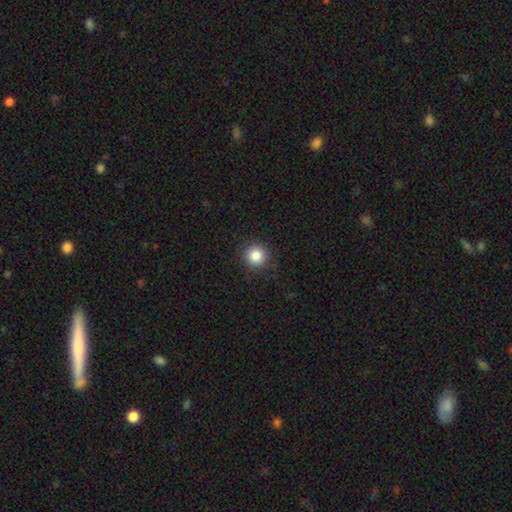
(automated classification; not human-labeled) The model was most divided on "smooth or featured": smooth: 84%, star or artifact: 11%, featured or disk: 5%. More confident: how rounded — round (94%); merging — none (90%).